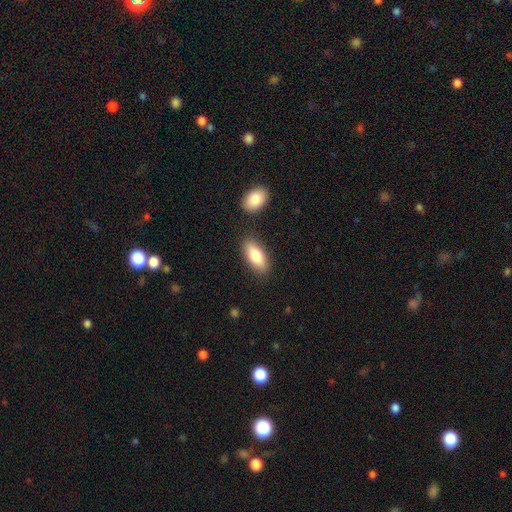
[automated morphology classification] A smooth galaxy with no disk features (80%) that is in between round and cigar-shaped (83%). Merging: none (82%).